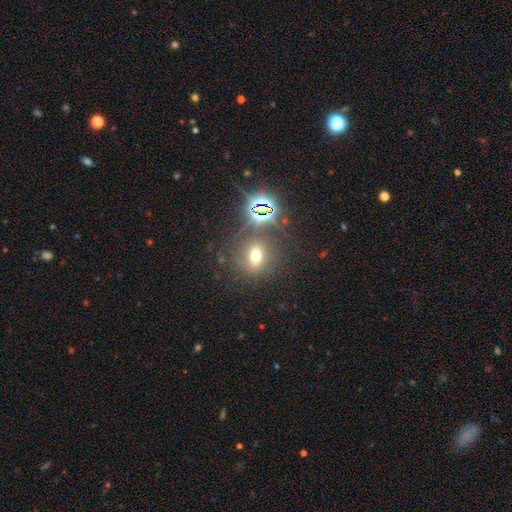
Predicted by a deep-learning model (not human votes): Q: Smooth or featured?
A: smooth (54%); runner-up: star or artifact (32%)
Q: How rounded?
A: round (56%); runner-up: in between (41%)
Q: Merging?
A: none (77%); runner-up: minor disturbance (11%)